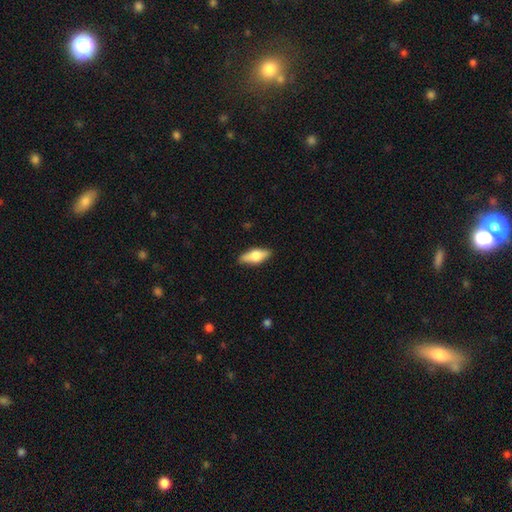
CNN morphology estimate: smooth 59%, featured or disk 34%, star or artifact 6%. Down the decision tree: how rounded — in between (71%); merging — none (87%).